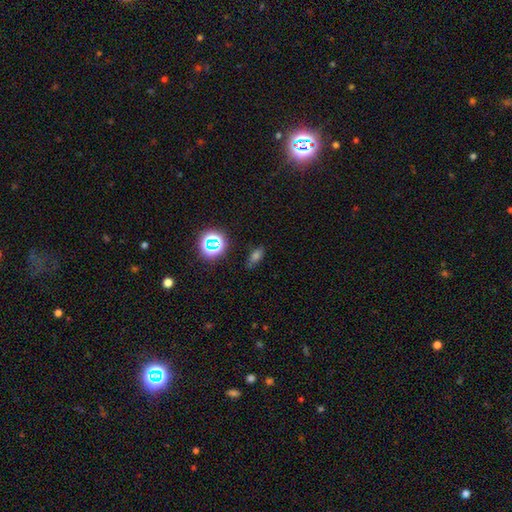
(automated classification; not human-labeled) Morphology: type=smooth (59%); roundness=in between (71%); merging=none (80%).